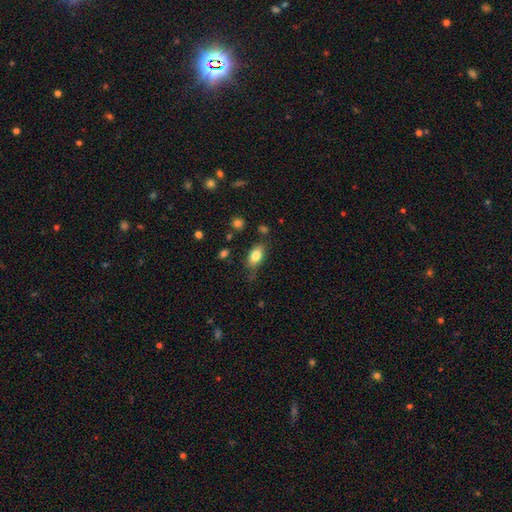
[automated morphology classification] smooth 82%, featured or disk 11%, star or artifact 8%. Down the decision tree: how rounded — in between (89%); merging — none (66%).